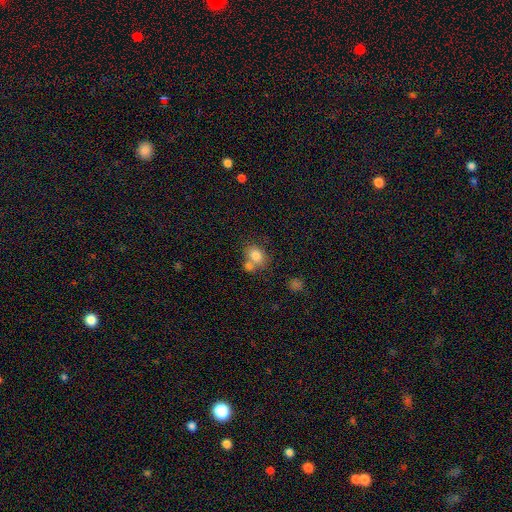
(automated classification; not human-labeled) smooth-or-featured: smooth: 80% | star or artifact: 10% | featured or disk: 10%
  how-rounded: round: 51% | in between: 48% | cigar-shaped: 1%
  merging: none: 46% | merger: 39% | minor disturbance: 11% | major disturbance: 4%